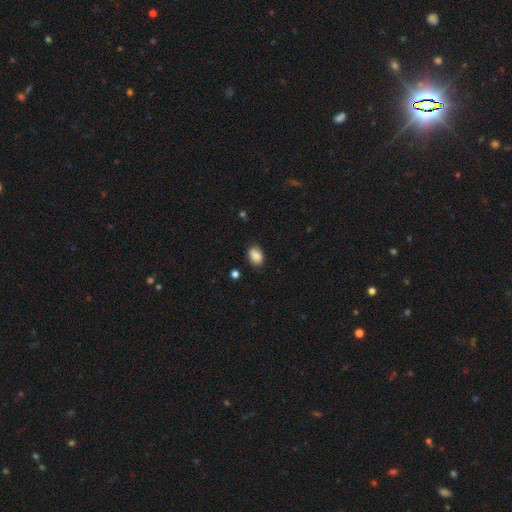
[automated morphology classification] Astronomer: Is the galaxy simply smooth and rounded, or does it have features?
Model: smooth — 87%.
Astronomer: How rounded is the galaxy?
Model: in between — 82%.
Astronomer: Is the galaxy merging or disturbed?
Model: none — 79%.